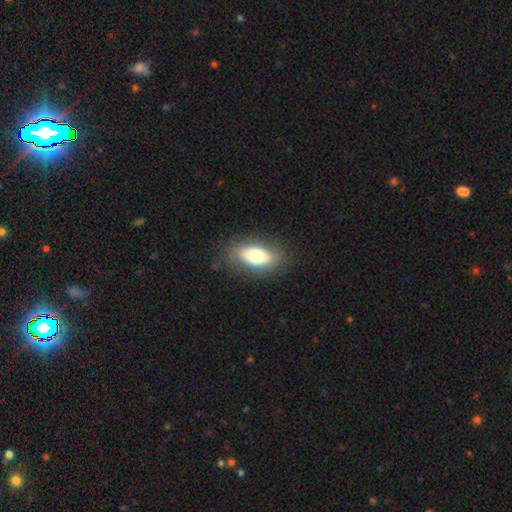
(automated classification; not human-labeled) Morphology: type=smooth (70%); roundness=in between (87%); merging=none (81%).